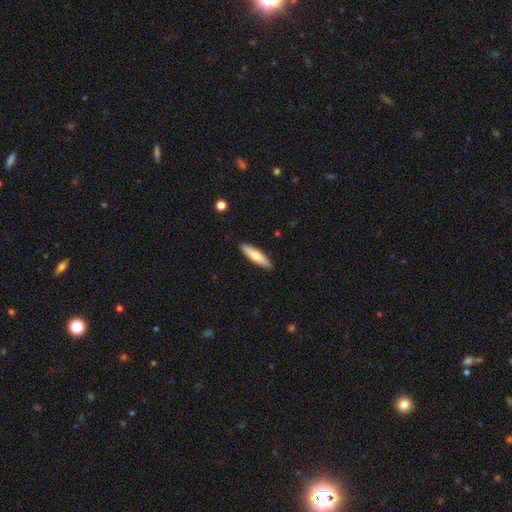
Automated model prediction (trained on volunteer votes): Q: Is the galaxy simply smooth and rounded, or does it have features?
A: smooth — 69%.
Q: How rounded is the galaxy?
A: cigar-shaped — 69%.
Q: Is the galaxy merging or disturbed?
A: none — 89%.